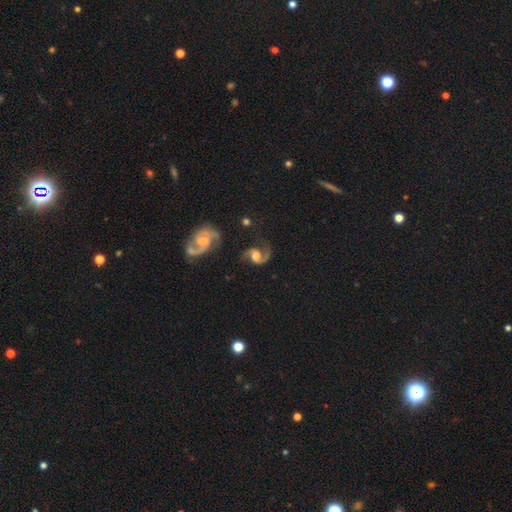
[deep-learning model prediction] Smooth or featured? Predicted: featured or disk (p=0.87). Edge-on disk? Predicted: no (p=0.98). Bar? Predicted: no (p=0.45). Spiral arms? Predicted: yes (p=0.97). Spiral winding? Predicted: medium (p=0.50). Spiral arm count? Predicted: 2 (p=0.89). Bulge size? Predicted: moderate (p=0.44). Merging? Predicted: none (p=0.62).